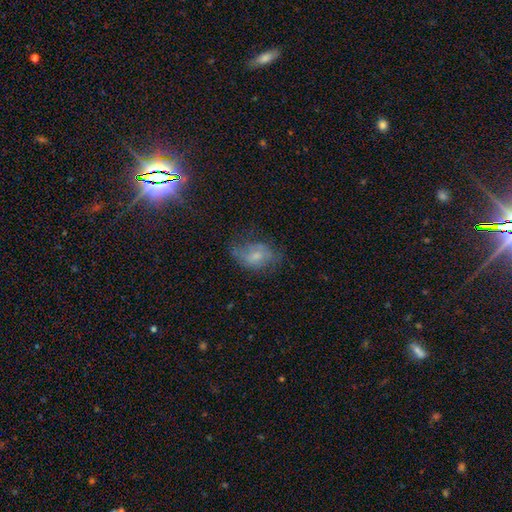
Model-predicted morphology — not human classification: The model was most divided on "merging": none: 49%, minor disturbance: 29%, major disturbance: 20%, merger: 2%. More confident: how rounded — in between (80%); smooth or featured — smooth (55%).